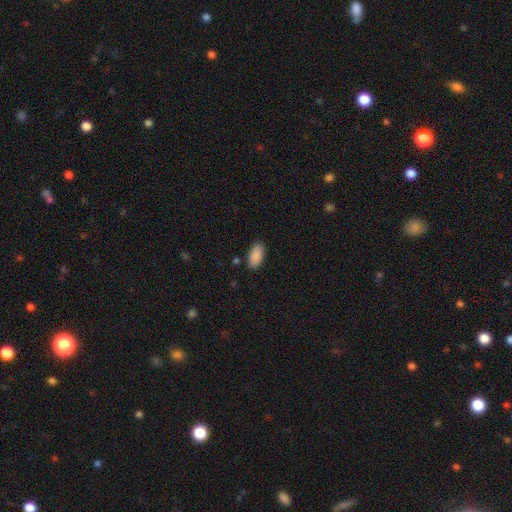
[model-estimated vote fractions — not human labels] smooth 89%, star or artifact 7%, featured or disk 4%. Down the decision tree: how rounded — in between (92%); merging — none (88%).